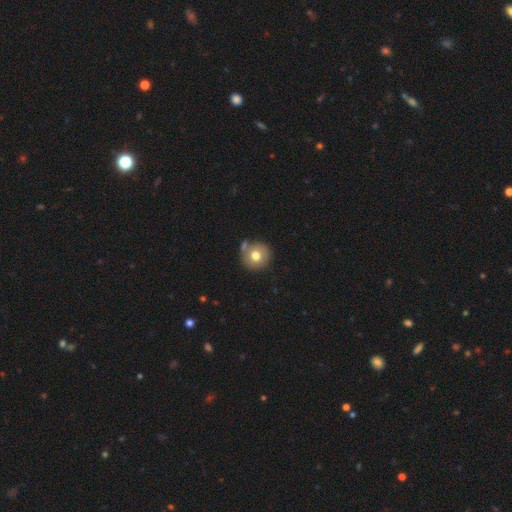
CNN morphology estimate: This is likely a smooth galaxy (75%). How rounded: clearly round (93%). Merging: likely none (71%).